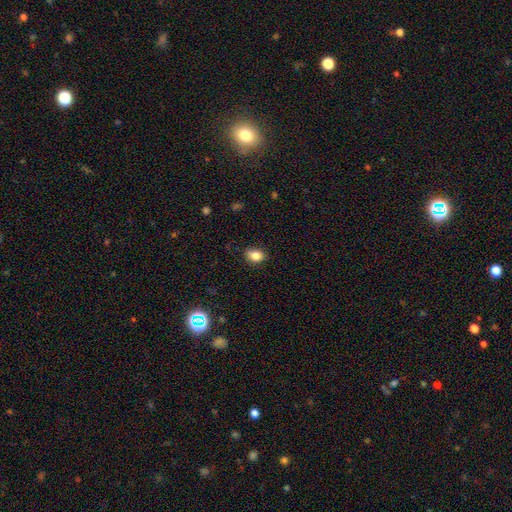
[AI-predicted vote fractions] Smooth or featured? smooth (83%)
How rounded? in between (61%)
Merging? none (82%)